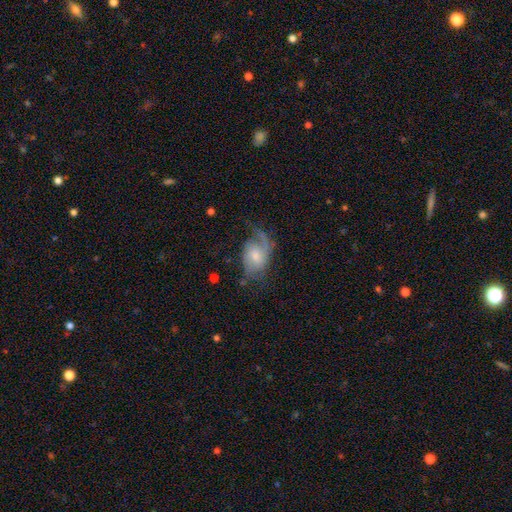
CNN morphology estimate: Overall: featured or disk (71%). Edge-on disk: no (96%). Bar: no (50%; weak 43%). Spiral arms: yes (91%). Spiral arm count: 2 (46%; 1 41%). Spiral winding: medium (41%; loose 40%). Bulge size: moderate (44%; small 42%). Merging: none (49%; minor disturbance 25%).